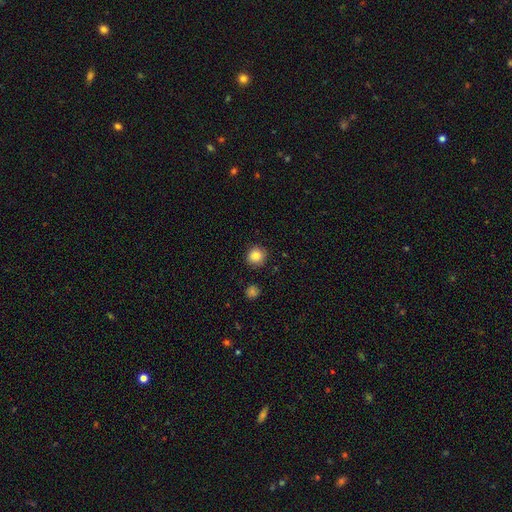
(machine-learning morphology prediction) Smooth or featured?
  - smooth: 85% *
  - star or artifact: 10%
  - featured or disk: 5%
How rounded?
  - round: 92% *
  - in between: 7%
  - cigar-shaped: 1%
Merging?
  - none: 90% *
  - minor disturbance: 7%
  - major disturbance: 2%
  - merger: 2%